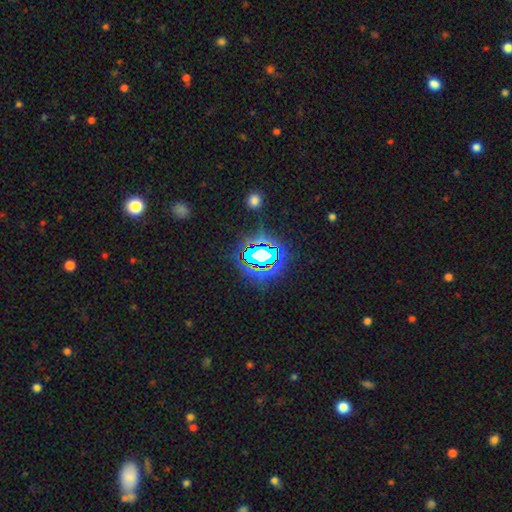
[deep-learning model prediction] Smooth or featured? star or artifact (74%)